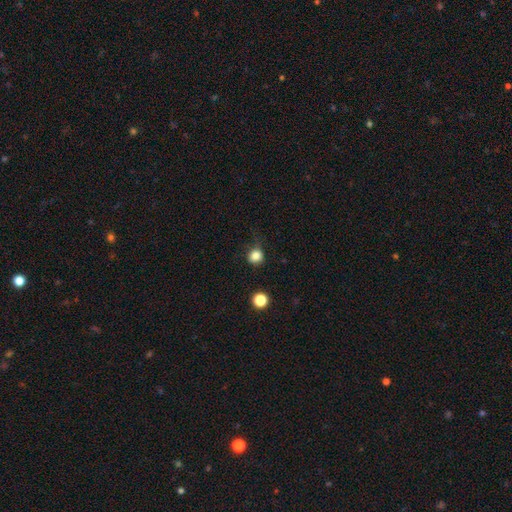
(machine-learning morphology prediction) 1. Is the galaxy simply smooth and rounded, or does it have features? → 83% smooth, 13% star or artifact, 5% featured or disk.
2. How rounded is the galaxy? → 86% round, 13% in between, 1% cigar-shaped.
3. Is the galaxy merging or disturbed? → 70% none, 21% minor disturbance, 7% major disturbance, 2% merger.